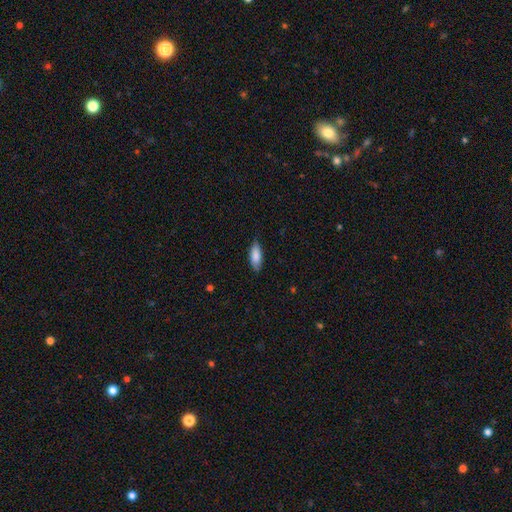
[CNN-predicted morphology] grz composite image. It shows a smooth galaxy with no disk features (84%) that is in between round and cigar-shaped (74%). Merging: none (82%).